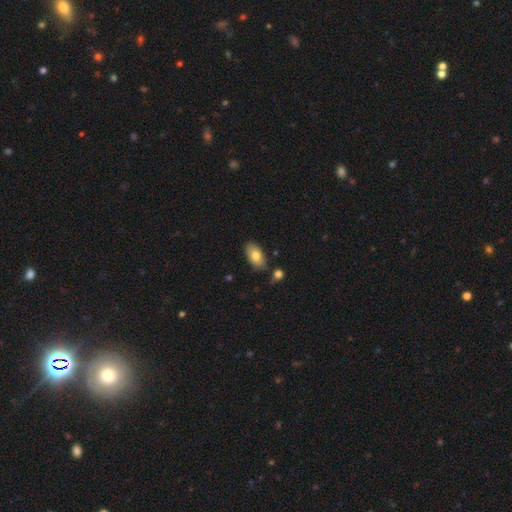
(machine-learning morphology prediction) Overall: smooth (77%). How rounded: in between (93%). Merging: none (76%).